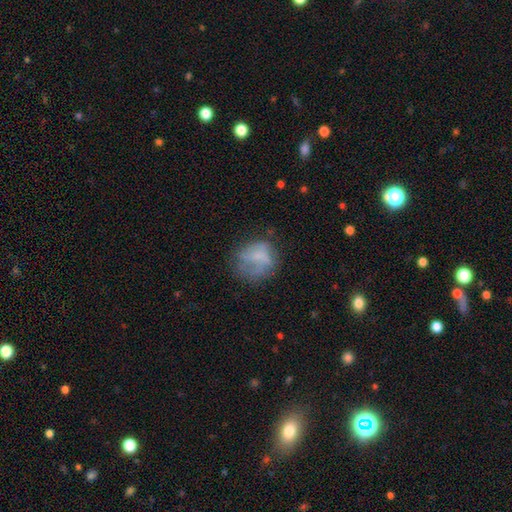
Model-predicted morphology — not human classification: This appears to be a smooth galaxy with no disk features (55%) that is round (66%). Merging: none (46%).